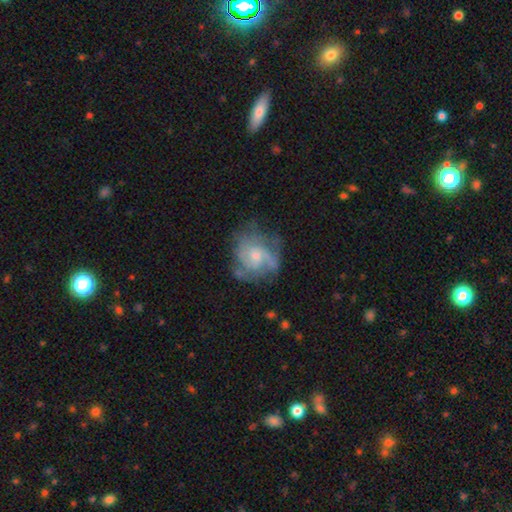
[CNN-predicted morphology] Smooth or featured? Predicted: featured or disk (p=0.74). Edge-on disk? Predicted: no (p=0.98). Bar? Predicted: no (p=0.68). Spiral arms? Predicted: yes (p=0.87). Spiral winding? Predicted: medium (p=0.44). Spiral arm count? Predicted: 2 (p=0.36). Bulge size? Predicted: small (p=0.57). Merging? Predicted: none (p=0.54).